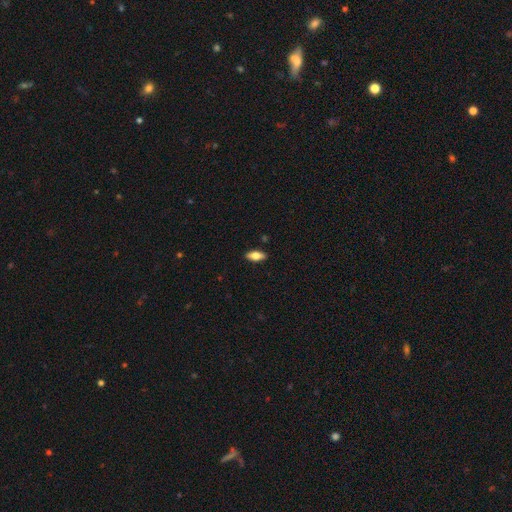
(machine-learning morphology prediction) Smooth or featured? smooth (71%)
How rounded? in between (81%)
Merging? none (89%)